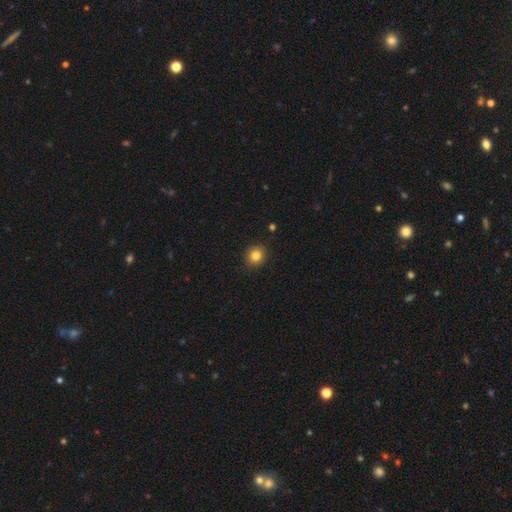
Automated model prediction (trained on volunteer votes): smooth_or_featured: smooth (p=0.83) [alt: star or artifact p=0.11]
how_rounded: round (p=0.83) [alt: in between p=0.16]
merging: none (p=0.90) [alt: minor disturbance p=0.07]